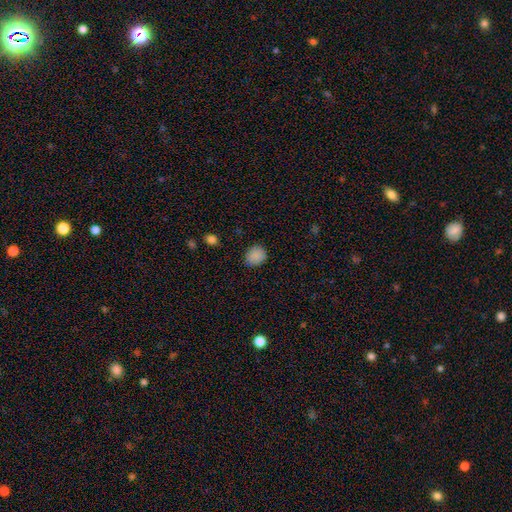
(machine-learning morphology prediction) A smooth galaxy with no disk features (87%) that is round (65%).

Vote fractions:
- Smooth or featured? smooth: 87% / star or artifact: 10% / featured or disk: 3%
- How rounded? round: 65% / in between: 34% / cigar-shaped: 1%
- Merging? none: 85% / minor disturbance: 11% / major disturbance: 3% / merger: 1%